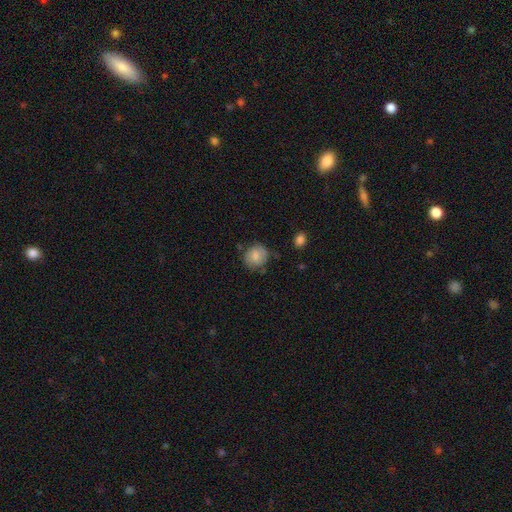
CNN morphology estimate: smooth-or-featured: smooth: 78% | featured or disk: 14% | star or artifact: 8%
  how-rounded: round: 81% | in between: 18% | cigar-shaped: 1%
  merging: none: 70% | minor disturbance: 22% | major disturbance: 5% | merger: 3%